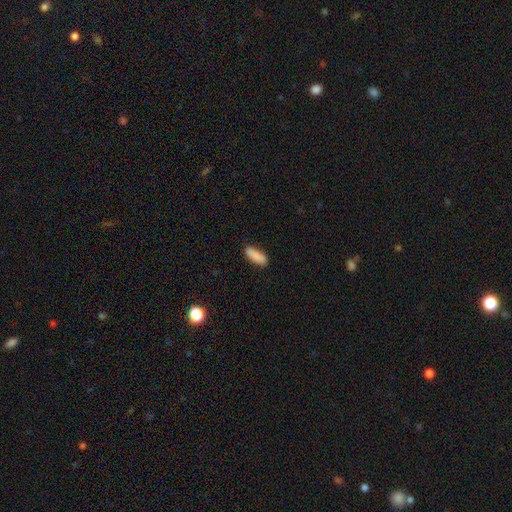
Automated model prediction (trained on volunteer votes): smooth_or_featured: smooth (p=0.88) [alt: star or artifact p=0.07]
how_rounded: in between (p=0.57) [alt: cigar-shaped p=0.41]
merging: none (p=0.85) [alt: minor disturbance p=0.11]